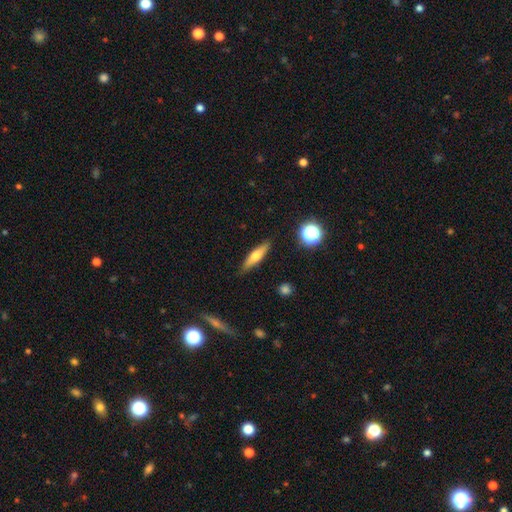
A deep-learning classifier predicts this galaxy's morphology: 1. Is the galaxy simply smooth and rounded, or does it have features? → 56% smooth, 36% featured or disk, 8% star or artifact.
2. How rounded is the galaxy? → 71% cigar-shaped, 26% in between, 3% round.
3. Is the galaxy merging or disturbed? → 86% none, 10% minor disturbance, 2% major disturbance, 2% merger.